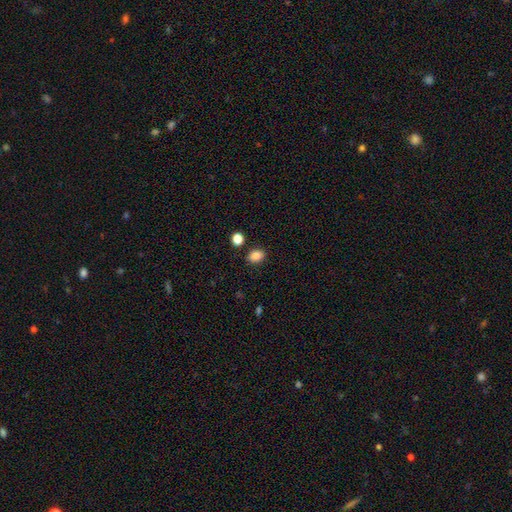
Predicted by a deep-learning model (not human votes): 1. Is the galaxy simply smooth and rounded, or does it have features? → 85% smooth, 10% star or artifact, 5% featured or disk.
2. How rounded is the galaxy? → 67% in between, 32% round, 1% cigar-shaped.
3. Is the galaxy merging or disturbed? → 84% none, 10% minor disturbance, 4% merger, 3% major disturbance.